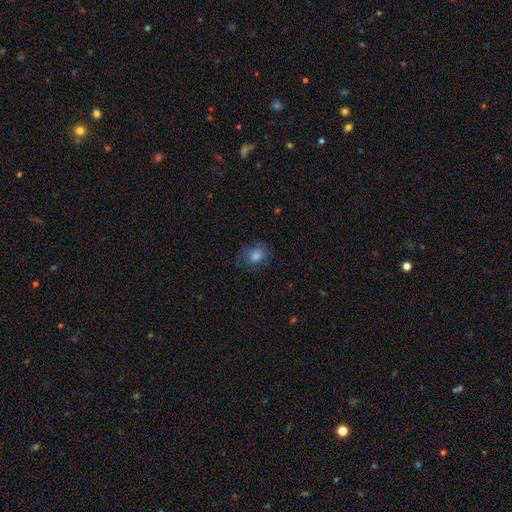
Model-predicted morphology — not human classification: This appears to be a smooth galaxy with no disk features (63%) that is in between round and cigar-shaped (50%). Merging: none (70%).